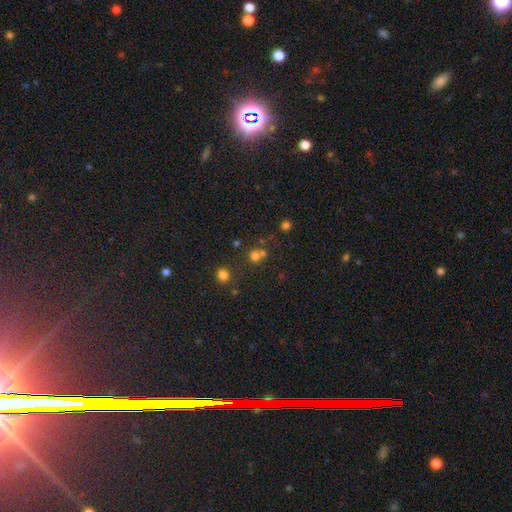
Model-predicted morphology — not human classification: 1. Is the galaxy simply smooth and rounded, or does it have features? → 67% smooth, 22% star or artifact, 11% featured or disk.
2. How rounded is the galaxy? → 86% round, 13% in between, 1% cigar-shaped.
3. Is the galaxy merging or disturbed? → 52% none, 37% merger, 7% minor disturbance, 4% major disturbance.